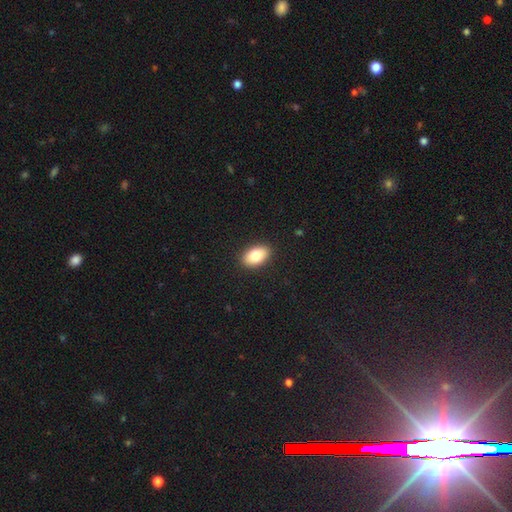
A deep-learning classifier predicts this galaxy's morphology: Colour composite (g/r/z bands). It shows a smooth galaxy with no disk features (82%) that is in between round and cigar-shaped (91%). Merging: none (90%).